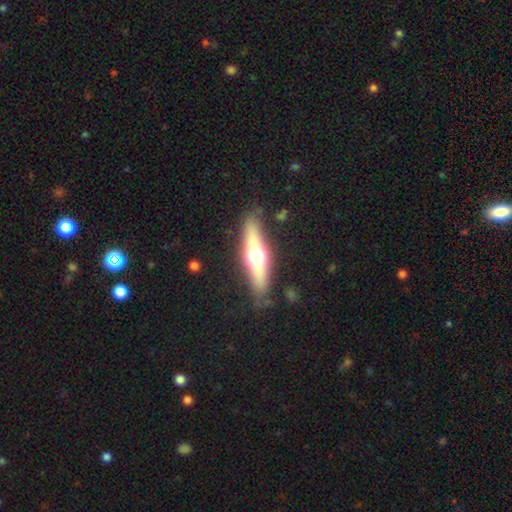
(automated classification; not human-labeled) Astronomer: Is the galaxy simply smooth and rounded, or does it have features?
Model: featured or disk — 57% (runner-up: smooth, 36%).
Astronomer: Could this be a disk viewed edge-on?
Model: yes — 90%.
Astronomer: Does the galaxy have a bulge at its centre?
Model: rounded — 93%.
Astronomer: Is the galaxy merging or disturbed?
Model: none — 84%.